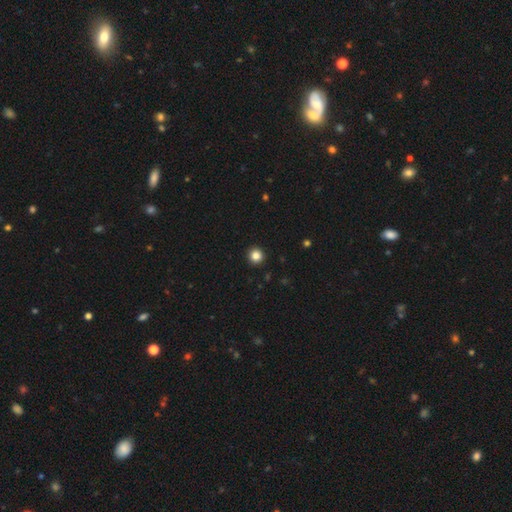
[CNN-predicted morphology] smooth 84%, star or artifact 12%, featured or disk 4%. Down the decision tree: how rounded — round (96%); merging — none (94%).